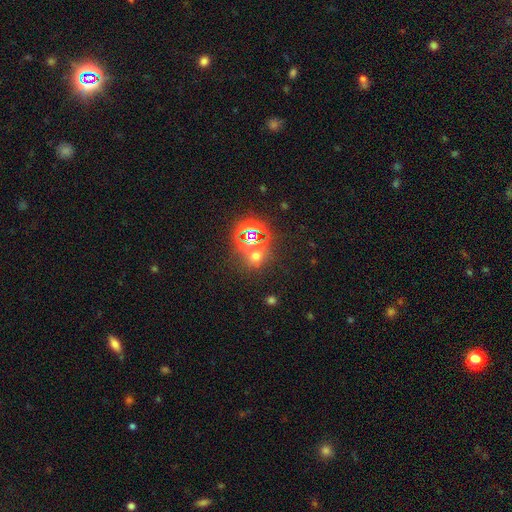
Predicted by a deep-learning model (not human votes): Smooth or featured?
  - star or artifact: 50% *
  - smooth: 42%
  - featured or disk: 8%